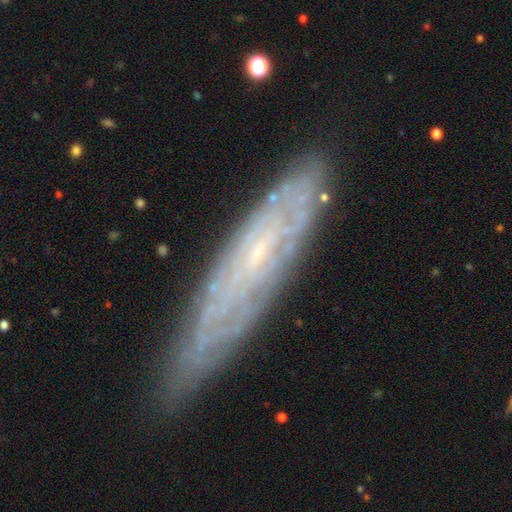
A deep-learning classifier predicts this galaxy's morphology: Smooth or featured?
  - featured or disk: 75% *
  - smooth: 16%
  - star or artifact: 8%
Edge-on disk?
  - no: 66% *
  - yes: 34%
Merging?
  - none: 76% *
  - minor disturbance: 18%
  - major disturbance: 4%
  - merger: 2%